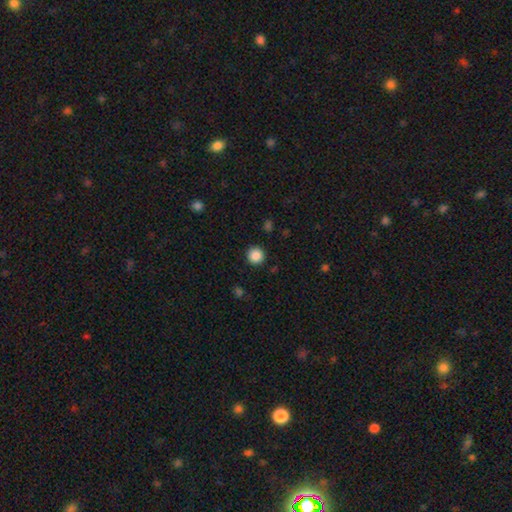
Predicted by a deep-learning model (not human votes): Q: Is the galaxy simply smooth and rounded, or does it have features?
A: smooth — 87%.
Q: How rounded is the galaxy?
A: round — 95%.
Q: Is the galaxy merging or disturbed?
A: none — 92%.